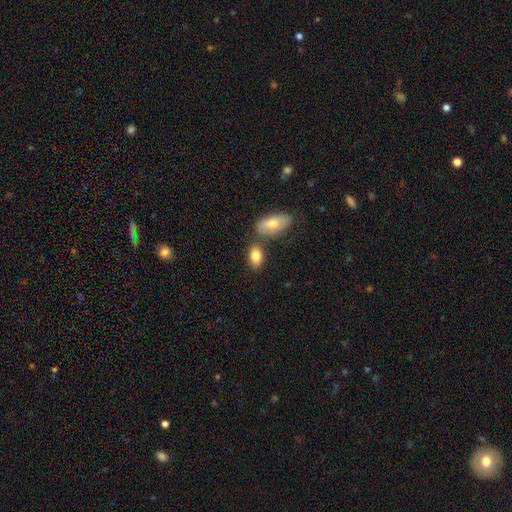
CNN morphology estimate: Q: Smooth or featured?
A: smooth (82%); runner-up: featured or disk (11%)
Q: How rounded?
A: in between (90%); runner-up: round (6%)
Q: Merging?
A: none (64%); runner-up: merger (20%)